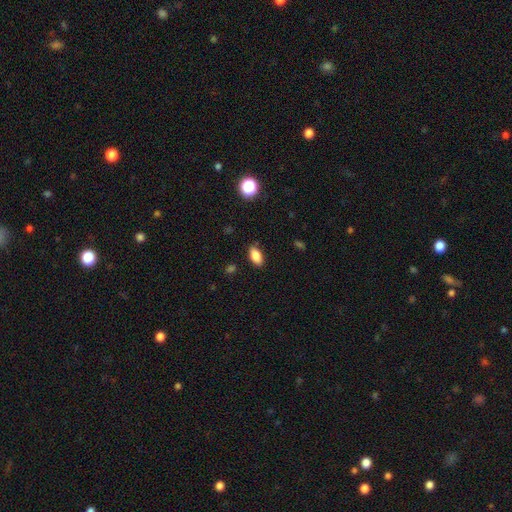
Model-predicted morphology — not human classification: Overall: smooth (85%). How rounded: in between (89%). Merging: none (85%).